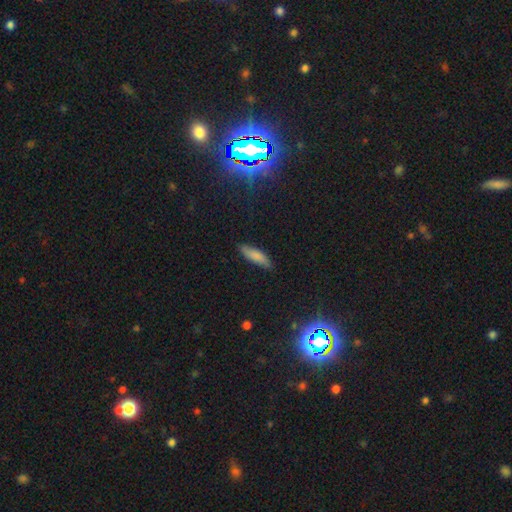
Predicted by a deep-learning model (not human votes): Overall: smooth (82%). How rounded: cigar-shaped (60%; in between 39%). Merging: none (83%).